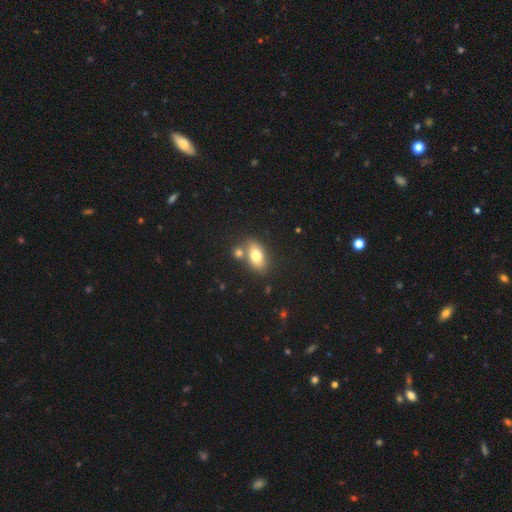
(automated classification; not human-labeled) smooth_or_featured: smooth (p=0.75) [alt: featured or disk p=0.17]
how_rounded: in between (p=0.86) [alt: round p=0.10]
merging: none (p=0.60) [alt: merger p=0.25]